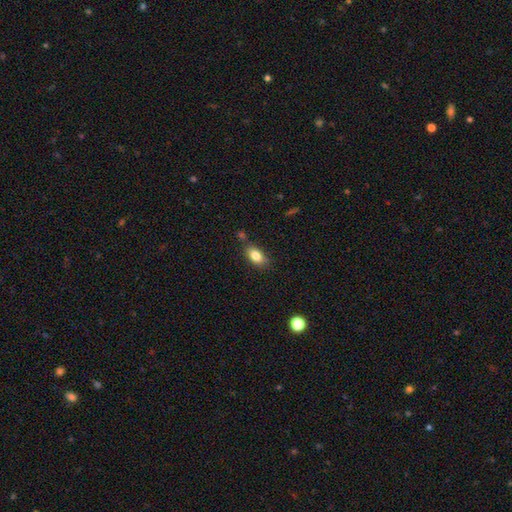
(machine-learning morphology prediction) Overall: smooth (81%). How rounded: in between (87%). Merging: none (74%).